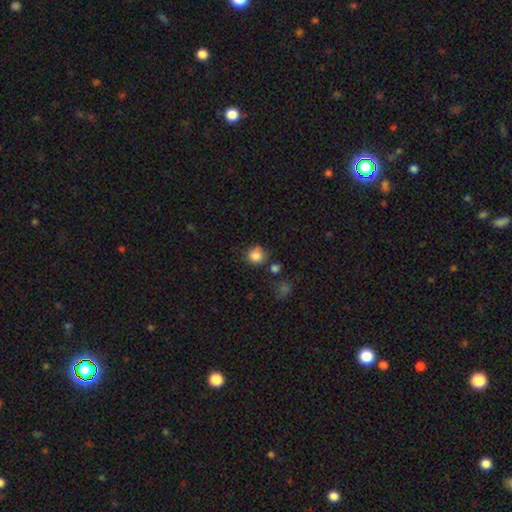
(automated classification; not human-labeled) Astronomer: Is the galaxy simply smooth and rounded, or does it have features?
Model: smooth — 84%.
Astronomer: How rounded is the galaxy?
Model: round — 87%.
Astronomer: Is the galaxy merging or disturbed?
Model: none — 70%.